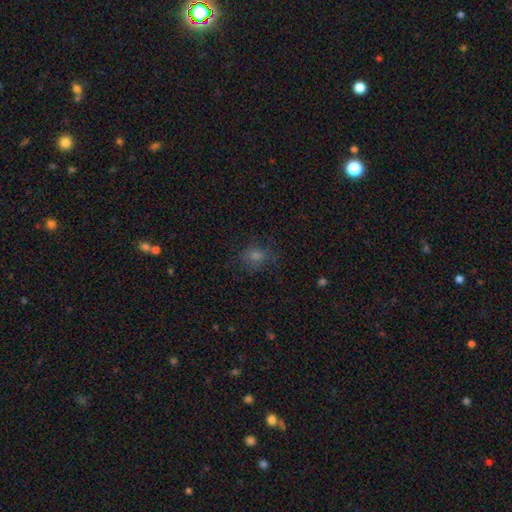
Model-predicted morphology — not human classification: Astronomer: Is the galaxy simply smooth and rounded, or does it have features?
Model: smooth — 70%.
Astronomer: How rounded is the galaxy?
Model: round — 59% (runner-up: in between, 39%).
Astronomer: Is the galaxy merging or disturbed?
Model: none — 69%.